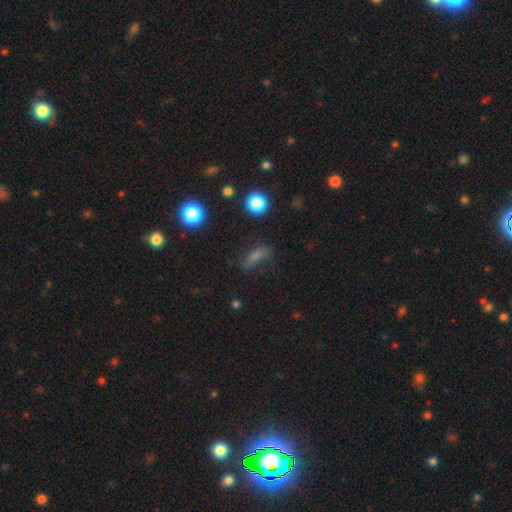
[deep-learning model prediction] A smooth galaxy with no disk features (62%) that is in between round and cigar-shaped (46%). Merging: none (57%).